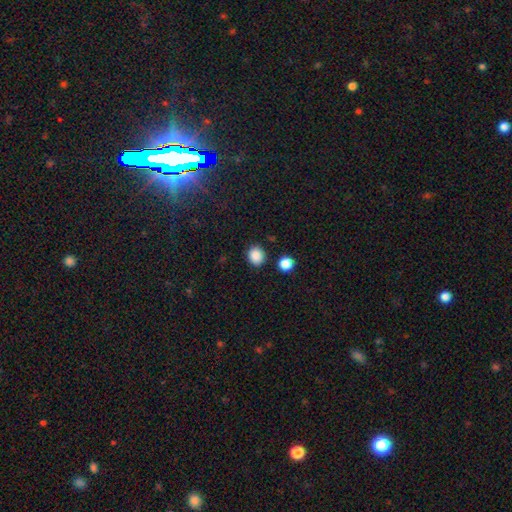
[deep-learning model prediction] Smooth or featured: smooth — 87% (star or artifact — 10%)
How rounded: round — 77% (in between — 22%)
Merging: none — 85% (minor disturbance — 9%)